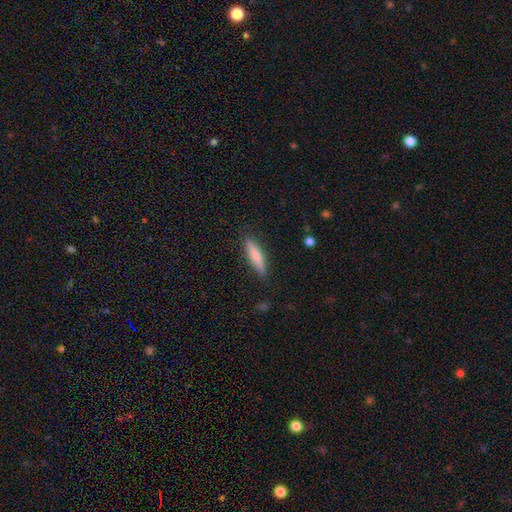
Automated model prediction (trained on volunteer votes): smooth-or-featured: smooth: 67% | featured or disk: 27% | star or artifact: 6%
  how-rounded: cigar-shaped: 83% | in between: 15% | round: 2%
  merging: none: 88% | minor disturbance: 9% | major disturbance: 2% | merger: 1%